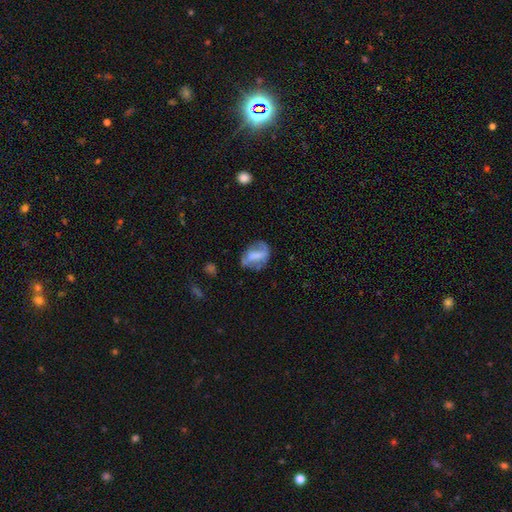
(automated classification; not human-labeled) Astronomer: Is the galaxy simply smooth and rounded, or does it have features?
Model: featured or disk — 46% (runner-up: smooth, 45%).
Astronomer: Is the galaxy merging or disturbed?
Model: none — 52%.